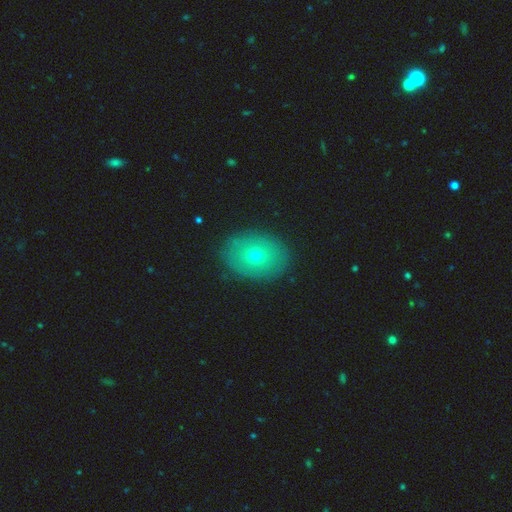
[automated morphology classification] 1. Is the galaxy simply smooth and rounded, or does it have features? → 62% smooth, 28% featured or disk, 10% star or artifact.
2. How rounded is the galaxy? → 65% in between, 34% round, 1% cigar-shaped.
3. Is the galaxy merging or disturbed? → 87% none, 9% minor disturbance, 3% major disturbance, 1% merger.